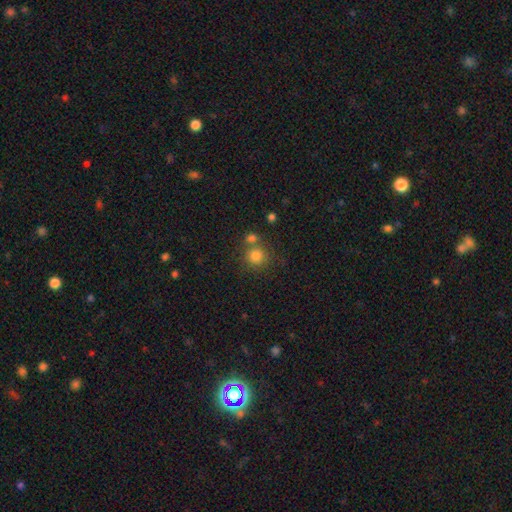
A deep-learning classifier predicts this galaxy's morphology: smooth_or_featured: smooth (p=0.82) [alt: star or artifact p=0.12]
how_rounded: round (p=0.90) [alt: in between p=0.09]
merging: none (p=0.63) [alt: merger p=0.23]